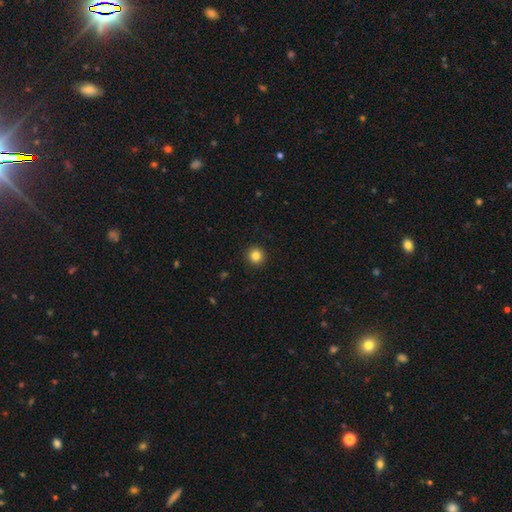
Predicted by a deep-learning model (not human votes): This is clearly a smooth galaxy (83%). How rounded: clearly round (96%). Merging: clearly none (94%).